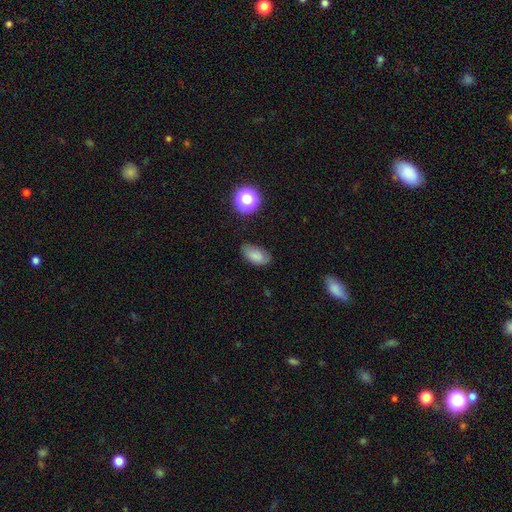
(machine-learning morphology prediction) Overall: smooth (79%). How rounded: in between (91%). Merging: none (70%).